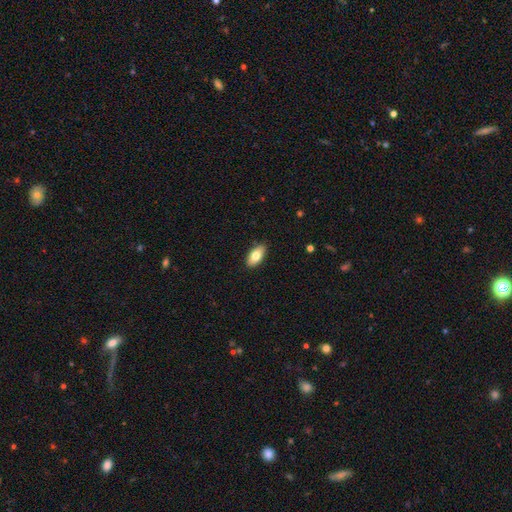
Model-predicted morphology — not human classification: smooth-or-featured: smooth: 77% | featured or disk: 17% | star or artifact: 6%
  how-rounded: in between: 90% | cigar-shaped: 7% | round: 3%
  merging: none: 88% | minor disturbance: 9% | major disturbance: 2% | merger: 1%